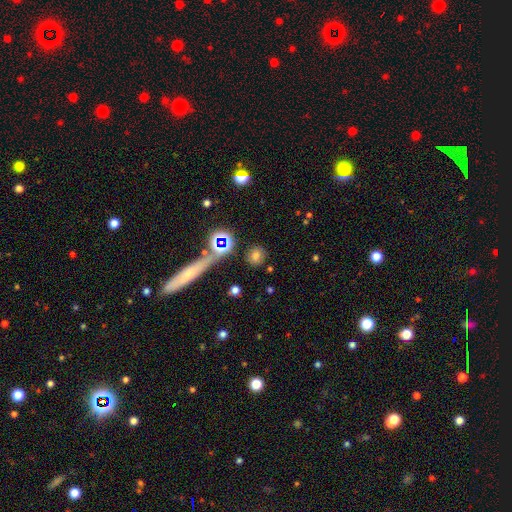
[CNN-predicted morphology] type=smooth (69%); roundness=round (79%); merging=none (84%).